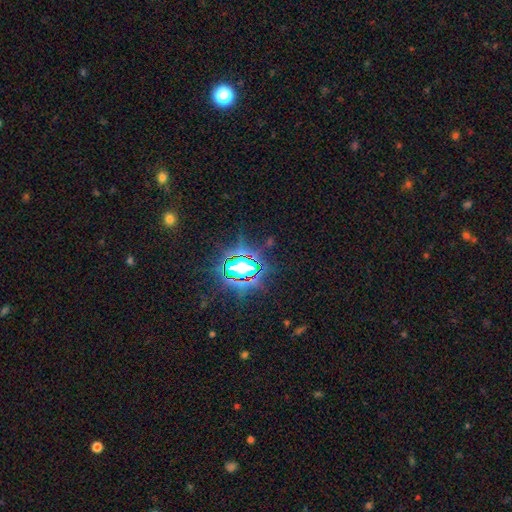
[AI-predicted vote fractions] Smooth or featured? Predicted: star or artifact (p=0.80).